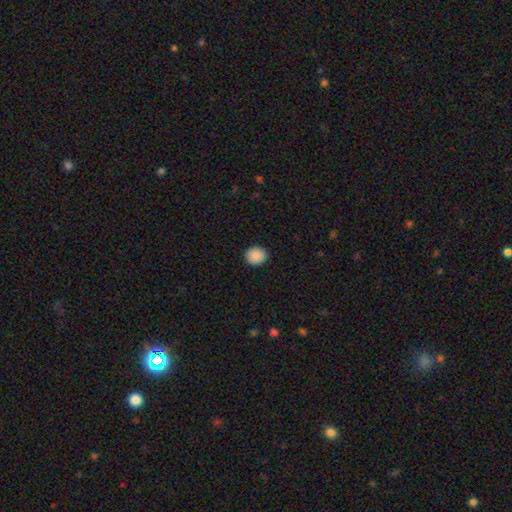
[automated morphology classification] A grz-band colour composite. It shows a smooth galaxy with no disk features (90%) that is round (84%). Merging: none (92%).